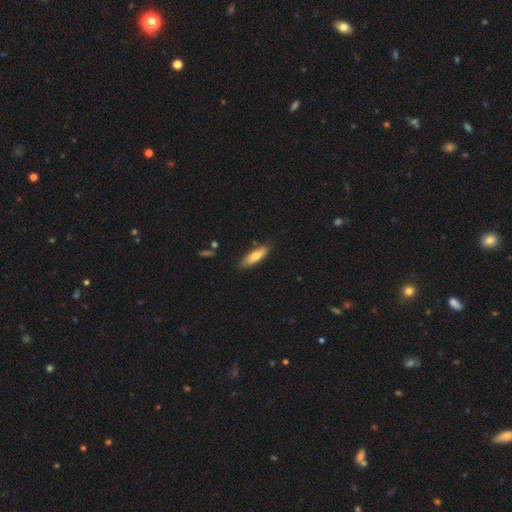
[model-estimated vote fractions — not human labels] smooth_or_featured: smooth (p=0.71) [alt: featured or disk p=0.23]
how_rounded: cigar-shaped (p=0.53) [alt: in between p=0.45]
merging: none (p=0.82) [alt: minor disturbance p=0.14]